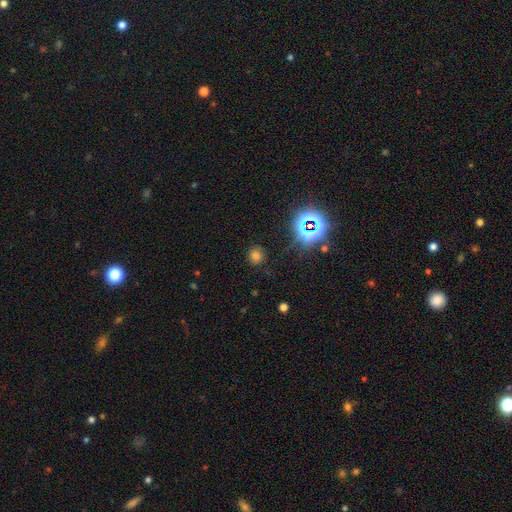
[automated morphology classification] This is likely a smooth galaxy (66%). How rounded: clearly round (82%). Merging: clearly none (85%).